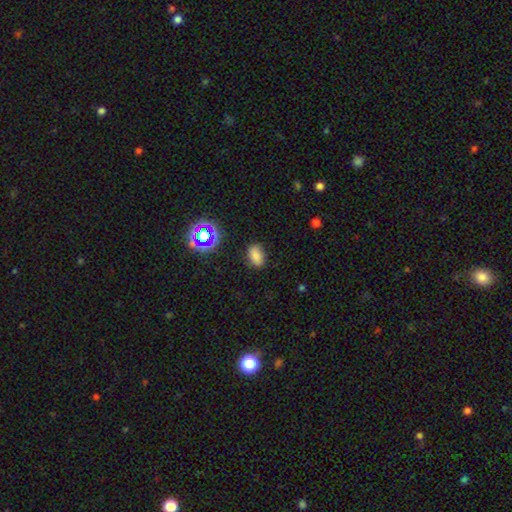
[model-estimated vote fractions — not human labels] Smooth or featured? smooth (77%)
How rounded? in between (85%)
Merging? none (81%)